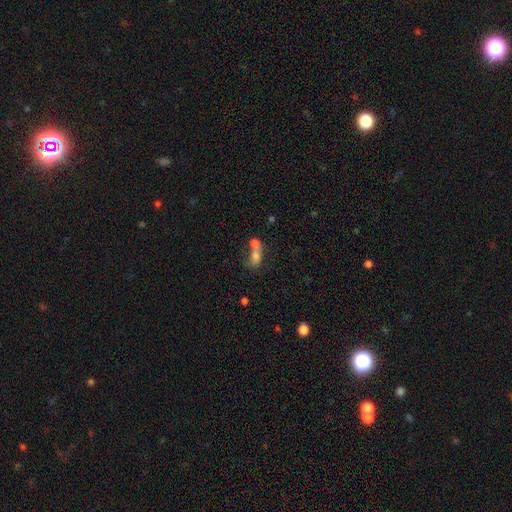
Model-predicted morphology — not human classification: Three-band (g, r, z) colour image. It shows a smooth galaxy with no disk features (68%) that is in between round and cigar-shaped (66%). Merging: merger (66%).